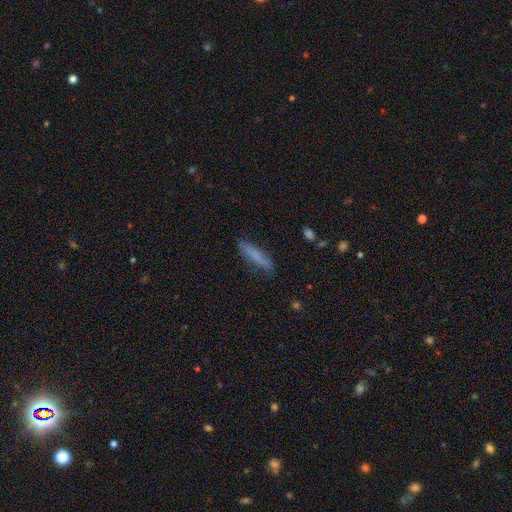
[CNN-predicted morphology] Smooth or featured: smooth — 73% (featured or disk — 20%)
How rounded: cigar-shaped — 85% (in between — 13%)
Merging: none — 80% (minor disturbance — 15%)